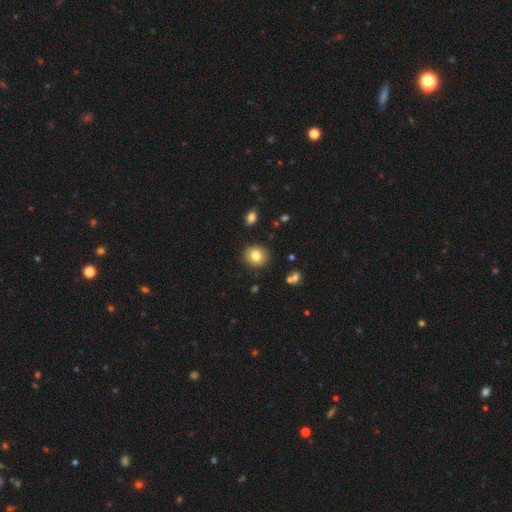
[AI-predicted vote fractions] Q: Smooth or featured?
A: smooth (80%); runner-up: featured or disk (10%)
Q: How rounded?
A: round (77%); runner-up: in between (22%)
Q: Merging?
A: none (88%); runner-up: minor disturbance (8%)